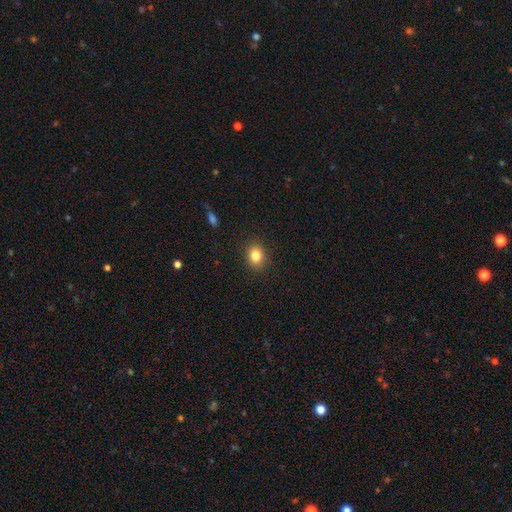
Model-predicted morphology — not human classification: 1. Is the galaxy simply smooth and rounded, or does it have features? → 83% smooth, 10% star or artifact, 6% featured or disk.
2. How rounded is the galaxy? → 54% round, 45% in between, 1% cigar-shaped.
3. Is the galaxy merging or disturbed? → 90% none, 7% minor disturbance, 2% major disturbance, 1% merger.